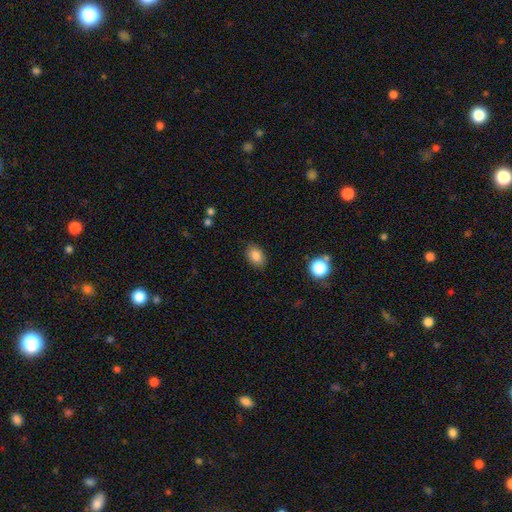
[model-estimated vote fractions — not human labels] Smooth or featured: smooth — 84% (star or artifact — 9%)
How rounded: in between — 80% (round — 19%)
Merging: none — 86% (minor disturbance — 10%)